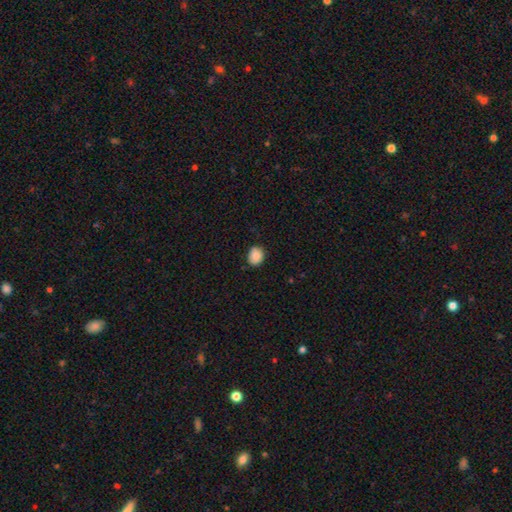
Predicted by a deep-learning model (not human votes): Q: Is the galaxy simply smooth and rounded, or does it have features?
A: smooth — 87%.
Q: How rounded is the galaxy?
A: round — 56%.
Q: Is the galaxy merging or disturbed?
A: none — 80%.